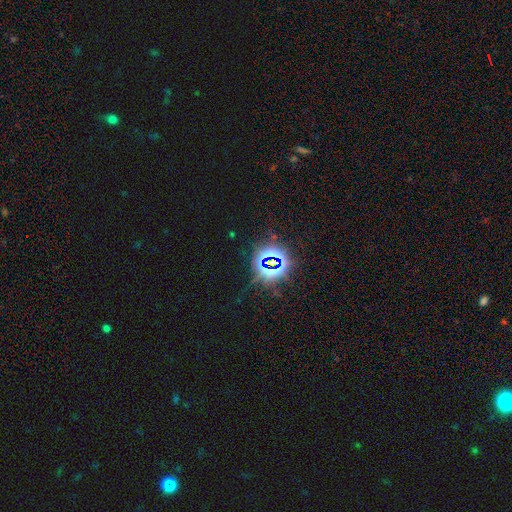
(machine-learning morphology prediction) This is likely a star or artifact rather than a galaxy (80%).